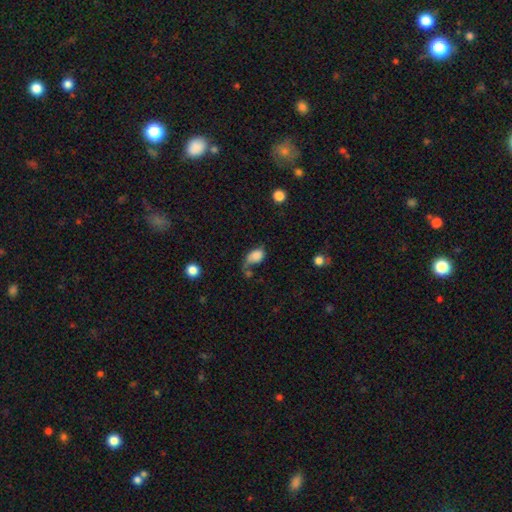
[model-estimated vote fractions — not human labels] A smooth galaxy with no disk features (71%) that is in between round and cigar-shaped (81%). Merging: major disturbance (35%).